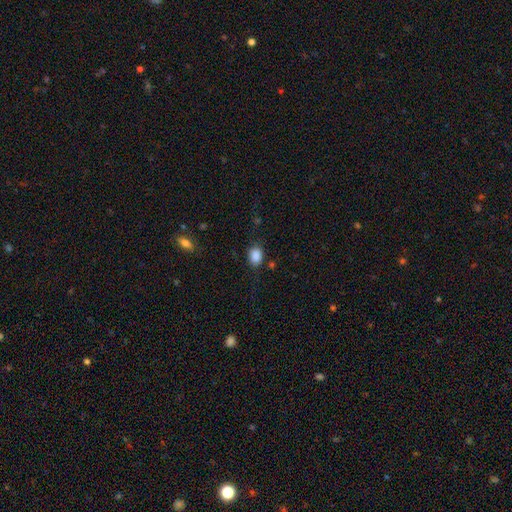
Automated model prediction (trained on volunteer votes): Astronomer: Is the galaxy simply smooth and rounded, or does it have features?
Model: smooth — 88%.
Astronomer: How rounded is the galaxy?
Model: in between — 65%.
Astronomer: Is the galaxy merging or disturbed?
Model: none — 79%.